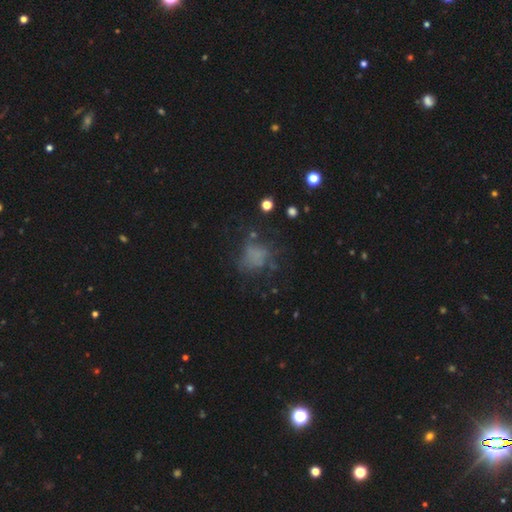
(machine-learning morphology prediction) Smooth or featured?
  - smooth: 49% *
  - featured or disk: 30%
  - star or artifact: 21%
Merging?
  - none: 45% *
  - major disturbance: 28%
  - minor disturbance: 22%
  - merger: 5%